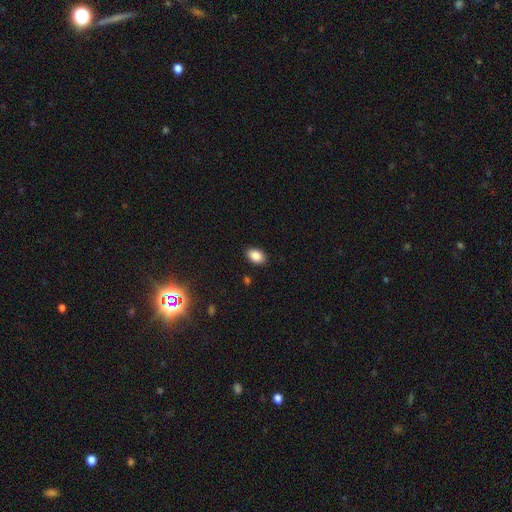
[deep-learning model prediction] A smooth galaxy with no disk features (88%) that is in between round and cigar-shaped (87%). Merging: none (89%).